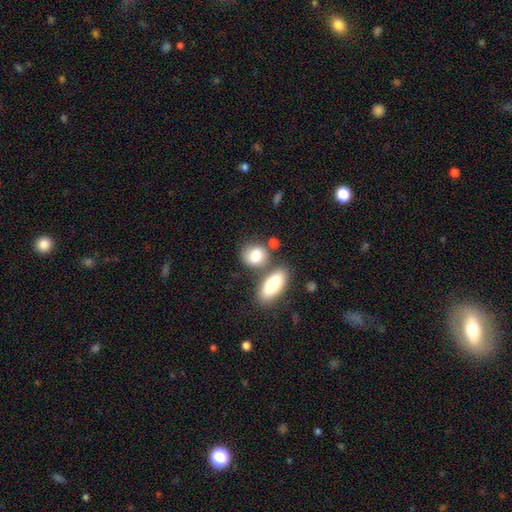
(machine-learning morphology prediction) Smooth or featured?
  - smooth: 80% *
  - featured or disk: 12%
  - star or artifact: 7%
How rounded?
  - in between: 56% *
  - round: 41%
  - cigar-shaped: 3%
Merging?
  - none: 56% *
  - merger: 25%
  - minor disturbance: 14%
  - major disturbance: 5%